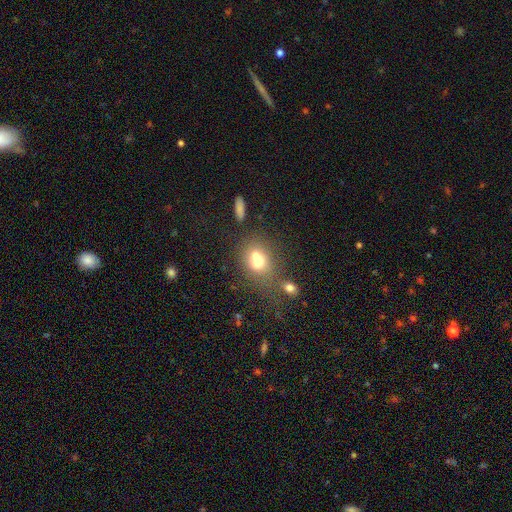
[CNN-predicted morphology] smooth-or-featured: smooth: 69% | featured or disk: 18% | star or artifact: 13%
  how-rounded: in between: 58% | round: 40% | cigar-shaped: 2%
  merging: merger: 41% | none: 36% | minor disturbance: 14% | major disturbance: 8%